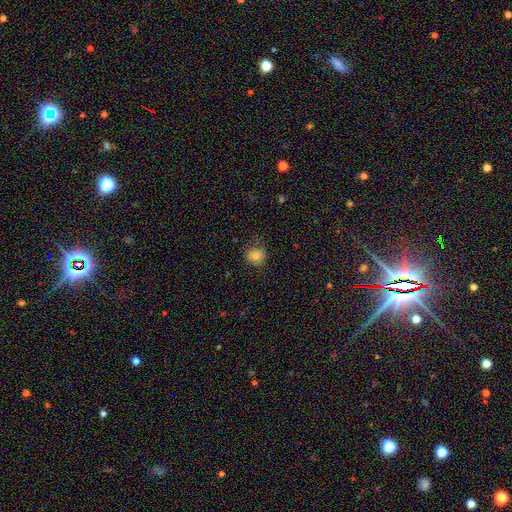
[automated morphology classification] Q: Smooth or featured?
A: smooth (79%); runner-up: star or artifact (12%)
Q: How rounded?
A: round (80%); runner-up: in between (19%)
Q: Merging?
A: none (74%); runner-up: minor disturbance (18%)